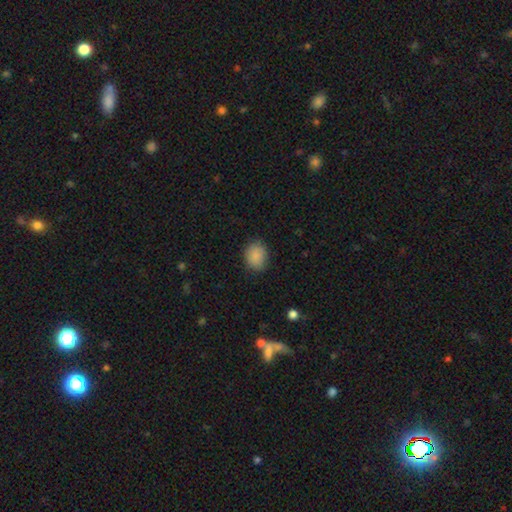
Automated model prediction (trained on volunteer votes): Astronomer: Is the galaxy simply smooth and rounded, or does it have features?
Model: smooth — 88%.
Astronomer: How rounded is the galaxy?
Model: round — 51% (runner-up: in between, 48%).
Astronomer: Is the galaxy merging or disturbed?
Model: none — 84%.